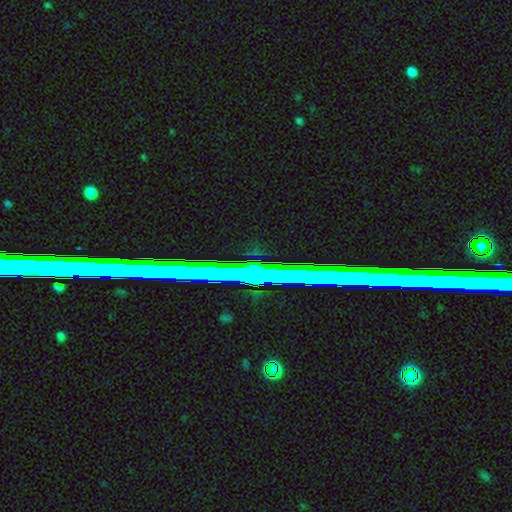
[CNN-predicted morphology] Overall: star or artifact (65%).